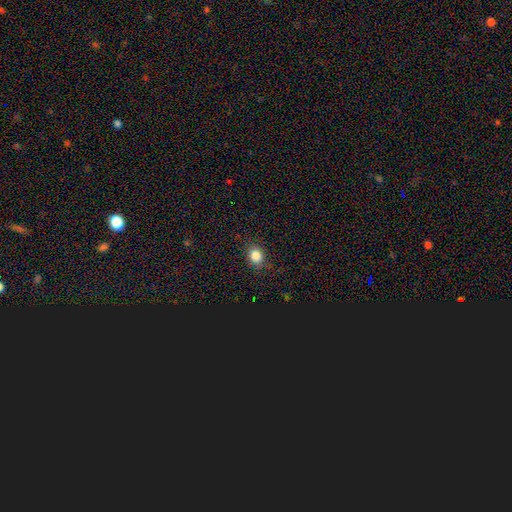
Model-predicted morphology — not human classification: The model was most divided on "how rounded": round: 62%, in between: 36%, cigar-shaped: 1%. More confident: merging — none (85%); smooth or featured — smooth (83%).